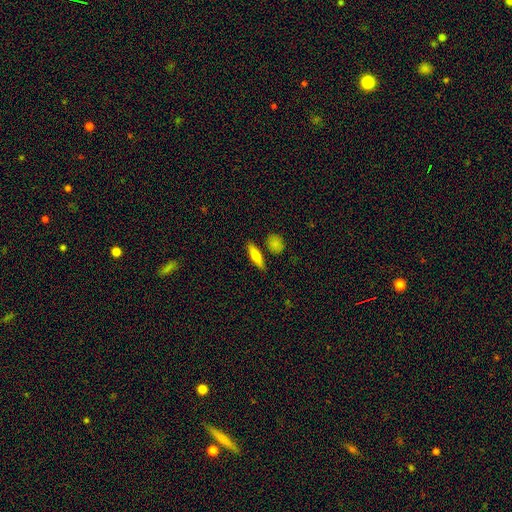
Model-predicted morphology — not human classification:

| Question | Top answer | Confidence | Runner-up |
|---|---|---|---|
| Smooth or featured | smooth | 64% | featured or disk (30%) |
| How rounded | cigar-shaped | 63% | in between (33%) |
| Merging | none | 82% | minor disturbance (10%) |